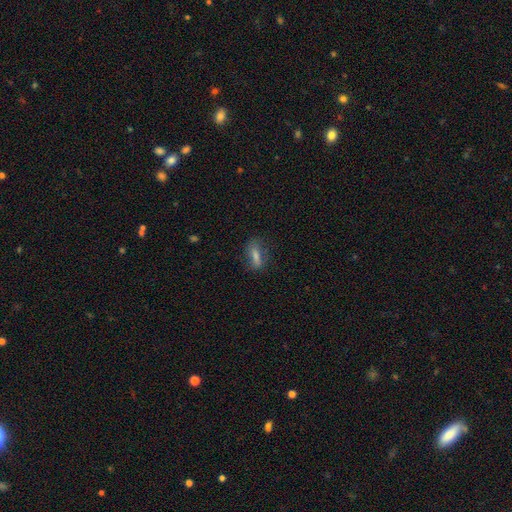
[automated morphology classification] Smooth or featured: smooth — 62% (featured or disk — 25%)
How rounded: in between — 50% (cigar-shaped — 43%)
Merging: none — 71% (minor disturbance — 18%)